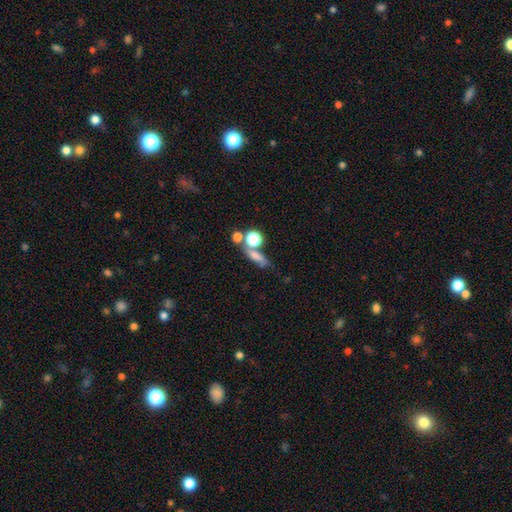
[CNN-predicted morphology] A smooth galaxy with no disk features (64%) that is in between round and cigar-shaped (38%).

Vote fractions:
- Smooth or featured? smooth: 64% / featured or disk: 18% / star or artifact: 18%
- How rounded? in between: 38% / cigar-shaped: 33% / round: 29%
- Merging? none: 45% / merger: 28% / minor disturbance: 15% / major disturbance: 12%